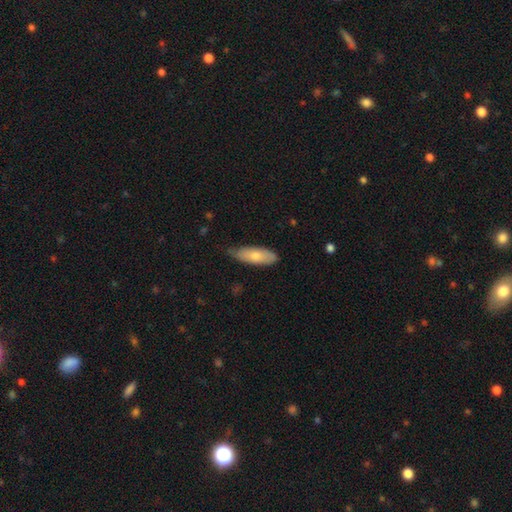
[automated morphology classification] This appears to be a smooth galaxy with no disk features (74%) that is in between round and cigar-shaped (68%). Merging: none (62%).